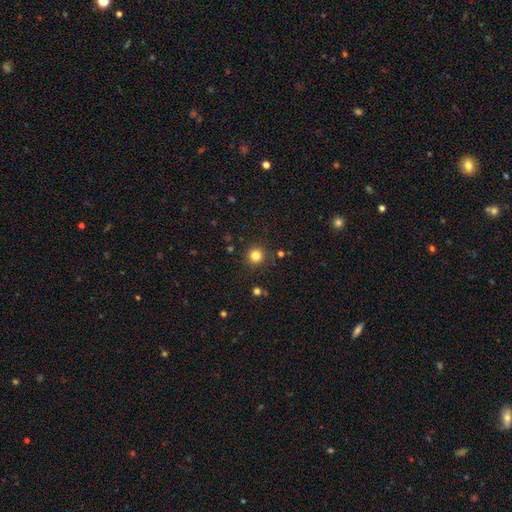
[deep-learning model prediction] Morphology: type=smooth (82%); roundness=round (95%); merging=none (90%).